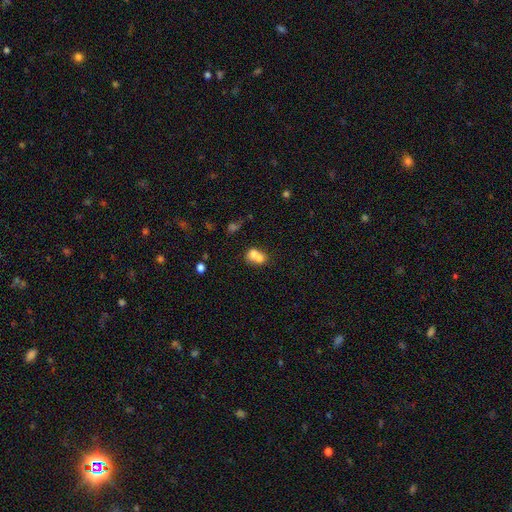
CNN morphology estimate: type=smooth (70%); roundness=in between (53%); merging=merger (68%).